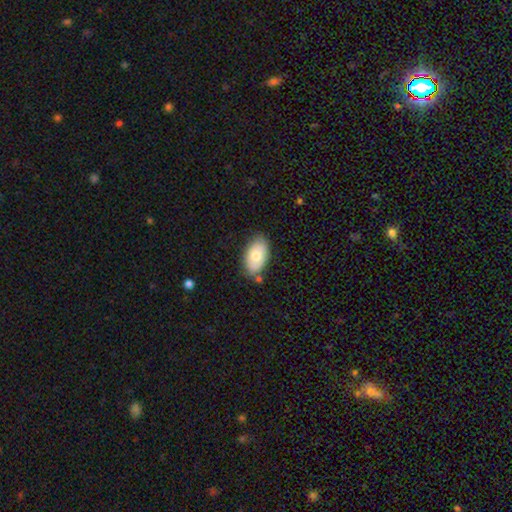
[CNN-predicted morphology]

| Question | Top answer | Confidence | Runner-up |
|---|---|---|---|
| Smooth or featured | smooth | 74% | featured or disk (20%) |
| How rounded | in between | 93% | round (5%) |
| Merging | none | 73% | minor disturbance (18%) |